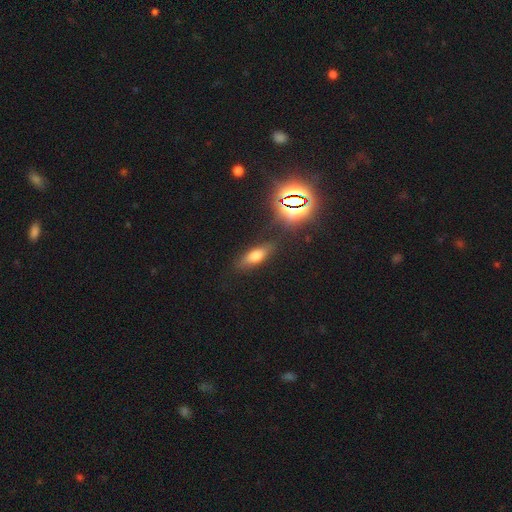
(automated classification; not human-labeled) Overall: smooth (65%). How rounded: in between (66%; cigar-shaped 29%). Merging: none (80%).